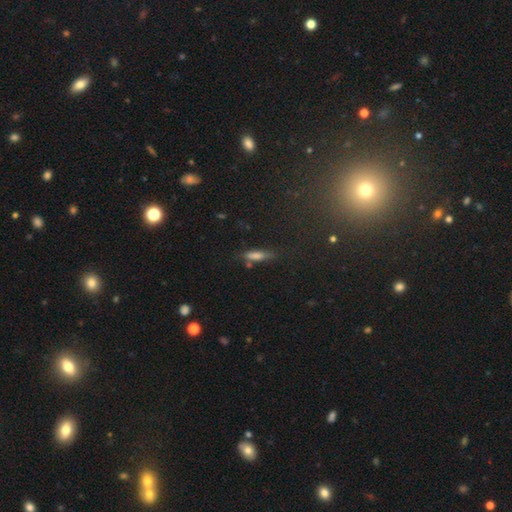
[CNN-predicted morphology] The model was most divided on "smooth or featured": smooth: 53%, featured or disk: 25%, star or artifact: 21%. More confident: merging — none (74%); how rounded — cigar-shaped (63%).